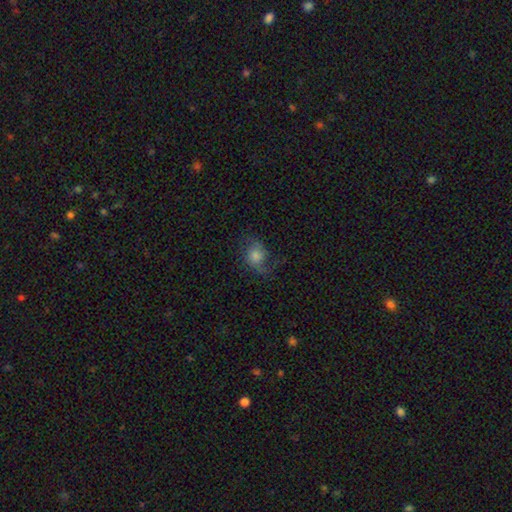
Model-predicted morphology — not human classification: Q: Smooth or featured?
A: smooth (46%); runner-up: featured or disk (42%)
Q: Merging?
A: none (58%); runner-up: minor disturbance (22%)